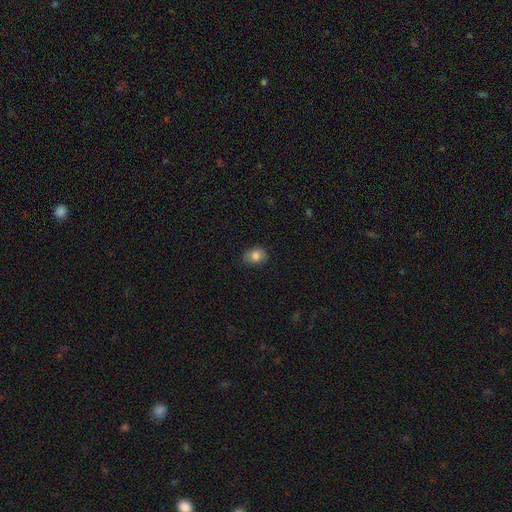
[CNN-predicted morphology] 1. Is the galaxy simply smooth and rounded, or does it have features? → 82% smooth, 9% star or artifact, 9% featured or disk.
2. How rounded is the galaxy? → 63% in between, 36% round, 1% cigar-shaped.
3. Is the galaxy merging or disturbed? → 82% none, 14% minor disturbance, 3% major disturbance, 1% merger.